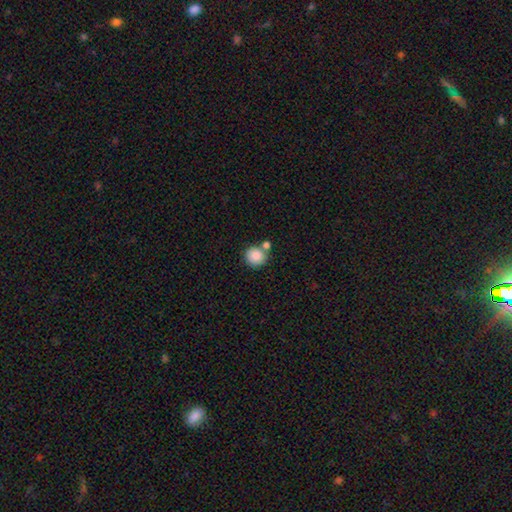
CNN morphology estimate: A smooth galaxy with no disk features (87%) that is round (91%).

Vote fractions:
- Smooth or featured? smooth: 87% / star or artifact: 8% / featured or disk: 5%
- How rounded? round: 91% / in between: 8% / cigar-shaped: 1%
- Merging? none: 65% / merger: 22% / minor disturbance: 9% / major disturbance: 3%